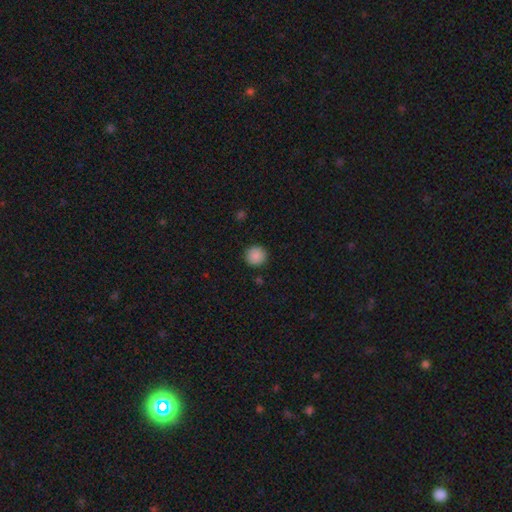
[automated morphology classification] Smooth or featured? Predicted: smooth (p=0.89). How rounded? Predicted: round (p=0.94). Merging? Predicted: none (p=0.91).